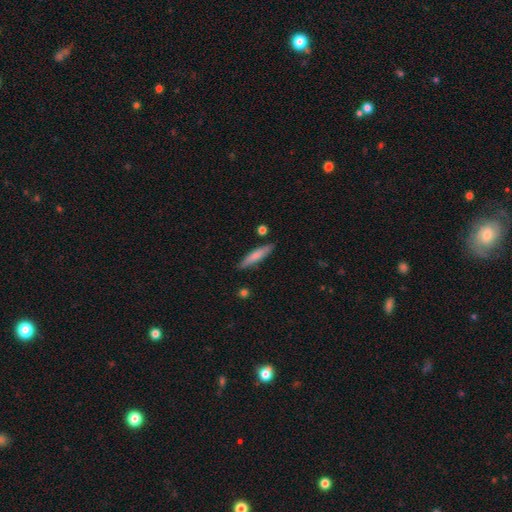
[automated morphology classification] This appears to be a smooth galaxy with no disk features (72%) that is cigar-shaped (85%). Merging: none (85%).